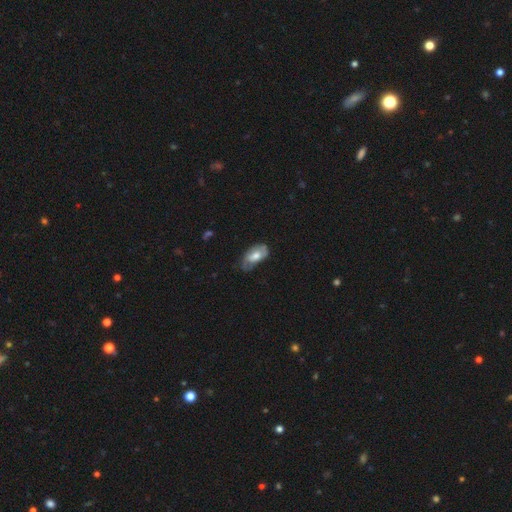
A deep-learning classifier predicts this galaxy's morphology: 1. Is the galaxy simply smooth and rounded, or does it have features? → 50% smooth, 43% featured or disk, 7% star or artifact.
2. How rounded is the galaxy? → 91% in between, 5% round, 4% cigar-shaped.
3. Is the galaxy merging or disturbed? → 47% none, 36% minor disturbance, 15% major disturbance, 2% merger.